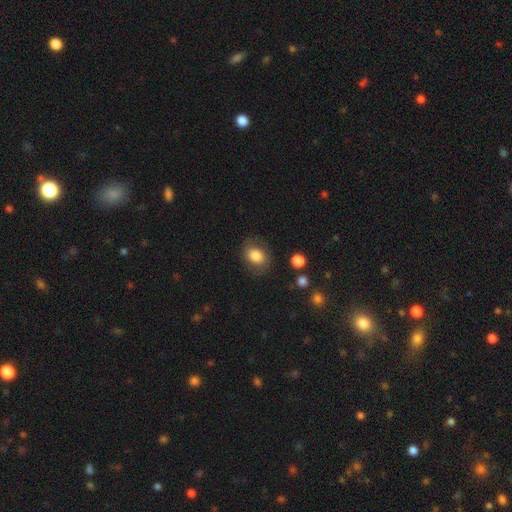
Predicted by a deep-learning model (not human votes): This is likely a smooth galaxy (76%). How rounded: possibly in between (54%). Merging: likely none (76%).